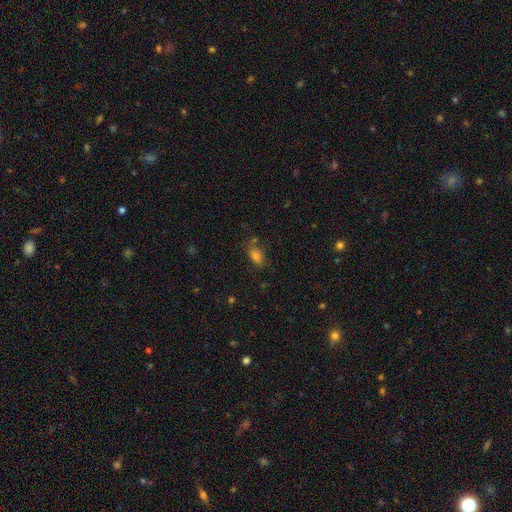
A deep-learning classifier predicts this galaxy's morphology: smooth-or-featured: smooth: 74% | star or artifact: 18% | featured or disk: 8%
  how-rounded: in between: 78% | round: 18% | cigar-shaped: 4%
  merging: none: 65% | minor disturbance: 18% | merger: 9% | major disturbance: 7%